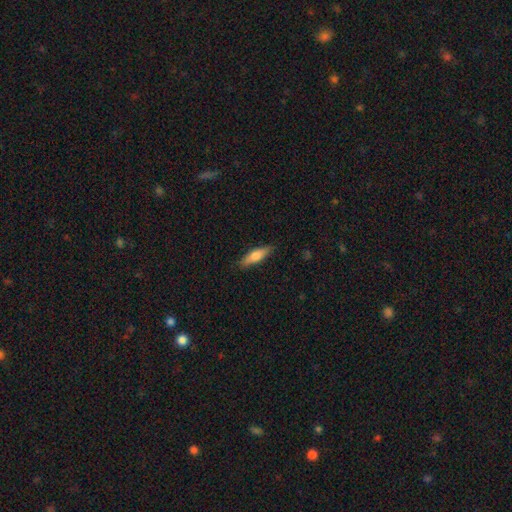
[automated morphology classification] type=smooth (69%); roundness=cigar-shaped (59%); merging=none (85%).